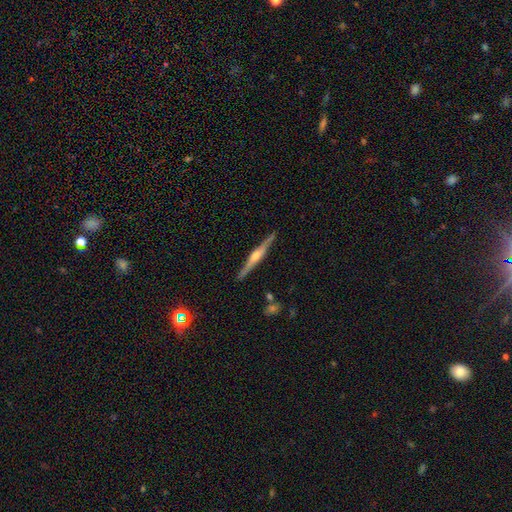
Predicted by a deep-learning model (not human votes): Smooth or featured? Predicted: featured or disk (p=0.81). Edge-on disk? Predicted: yes (p=0.98). Edge-on bulge? Predicted: rounded (p=0.86). Merging? Predicted: none (p=0.91).